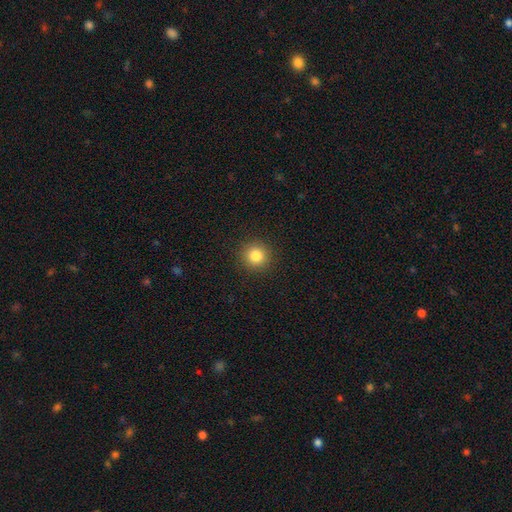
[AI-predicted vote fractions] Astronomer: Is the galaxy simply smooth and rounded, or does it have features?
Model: smooth — 83%.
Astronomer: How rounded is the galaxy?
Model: round — 94%.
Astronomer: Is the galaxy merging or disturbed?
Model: none — 92%.